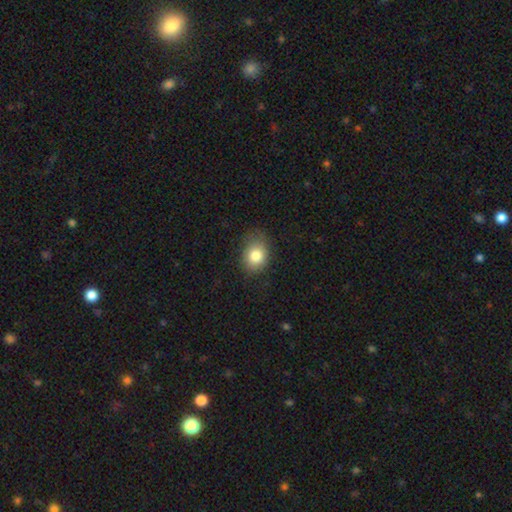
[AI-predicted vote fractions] Smooth or featured? smooth (82%)
How rounded? in between (55%)
Merging? none (71%)